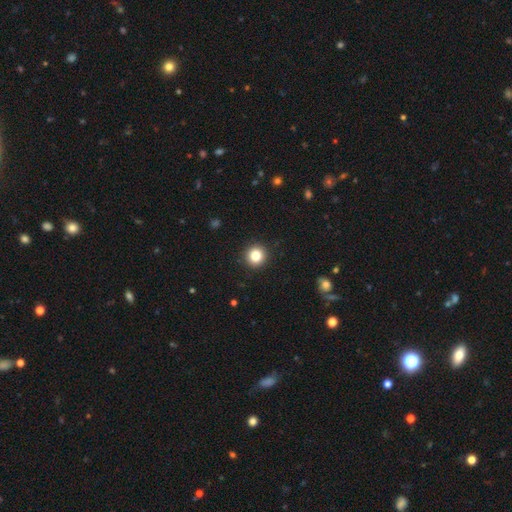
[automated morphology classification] This is clearly a smooth galaxy (82%). How rounded: clearly round (94%). Merging: clearly none (93%).